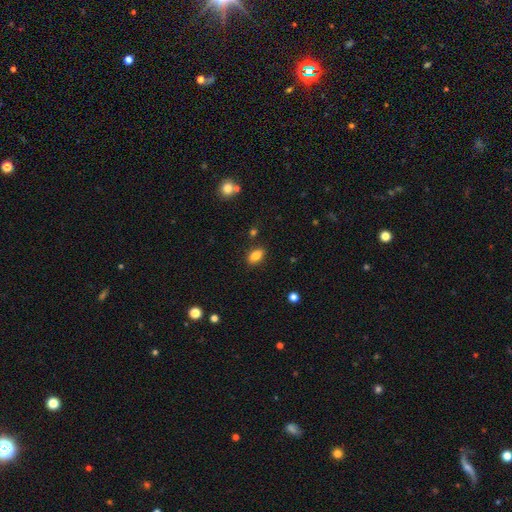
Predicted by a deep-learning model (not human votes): Smooth or featured: smooth — 83% (star or artifact — 9%)
How rounded: in between — 87% (round — 9%)
Merging: none — 85% (minor disturbance — 10%)